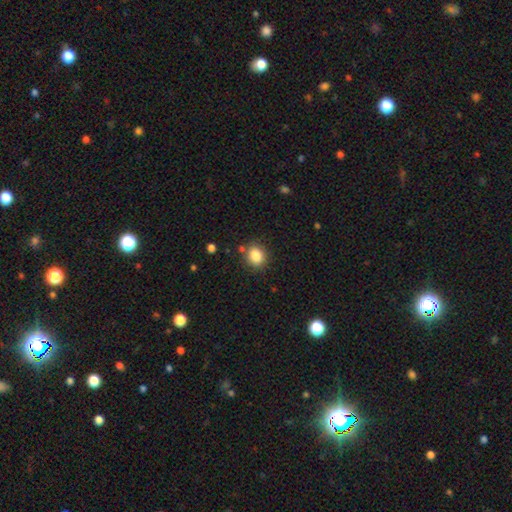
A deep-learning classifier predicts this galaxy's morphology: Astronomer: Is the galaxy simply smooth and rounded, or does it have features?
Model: smooth — 86%.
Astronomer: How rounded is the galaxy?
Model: round — 65%.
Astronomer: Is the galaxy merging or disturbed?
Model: none — 81%.